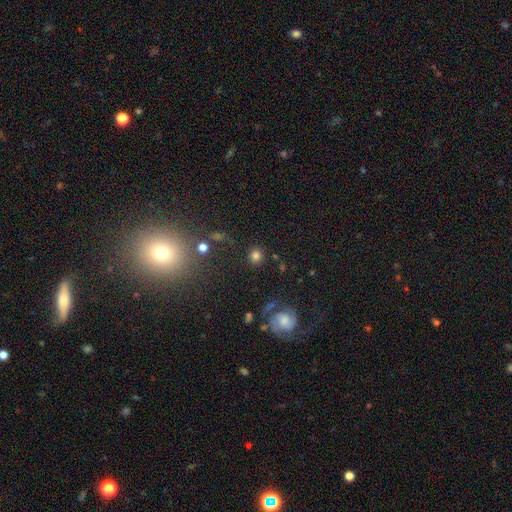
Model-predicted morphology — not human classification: smooth_or_featured: smooth (p=0.78) [alt: star or artifact p=0.14]
how_rounded: round (p=0.88) [alt: in between p=0.11]
merging: none (p=0.87) [alt: minor disturbance p=0.07]